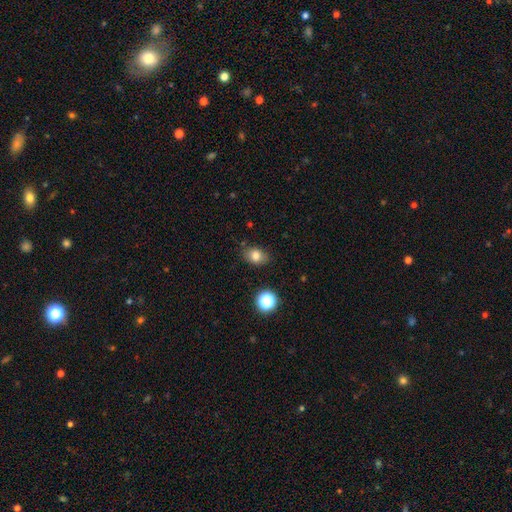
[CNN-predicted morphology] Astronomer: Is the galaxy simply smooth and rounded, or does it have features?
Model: smooth — 79%.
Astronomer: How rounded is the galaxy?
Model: in between — 67%.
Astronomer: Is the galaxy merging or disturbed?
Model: none — 81%.